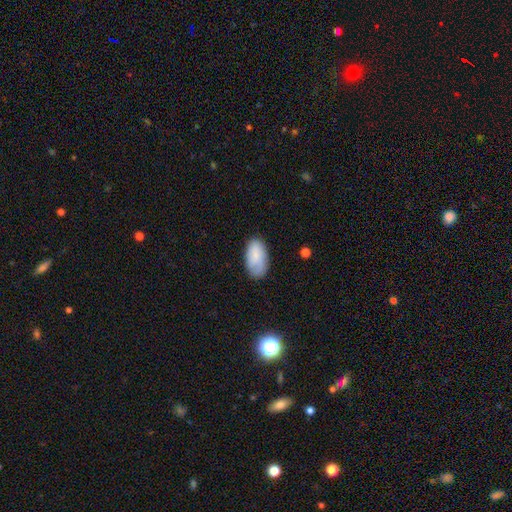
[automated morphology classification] Q: Smooth or featured?
A: smooth (76%); runner-up: featured or disk (17%)
Q: How rounded?
A: in between (94%); runner-up: round (3%)
Q: Merging?
A: none (74%); runner-up: minor disturbance (20%)